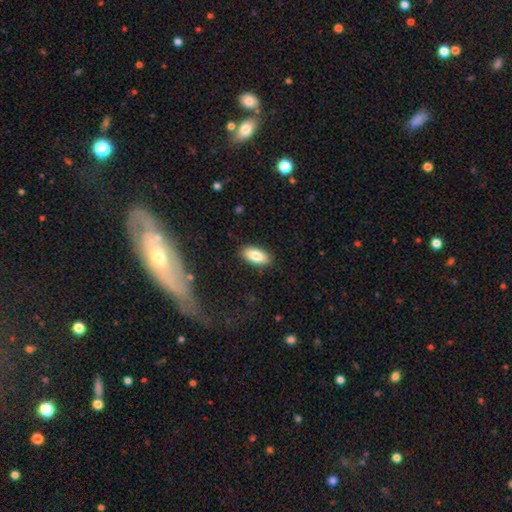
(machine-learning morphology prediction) smooth 83%, featured or disk 10%, star or artifact 7%. Down the decision tree: how rounded — in between (89%); merging — none (88%).